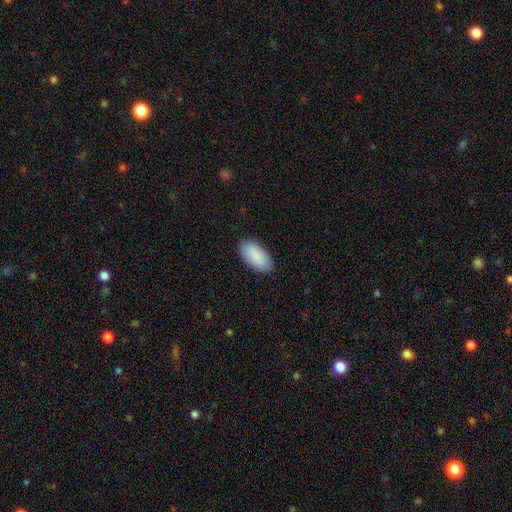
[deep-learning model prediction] Q: Smooth or featured?
A: smooth (90%); runner-up: star or artifact (5%)
Q: How rounded?
A: in between (96%); runner-up: cigar-shaped (3%)
Q: Merging?
A: none (88%); runner-up: minor disturbance (9%)